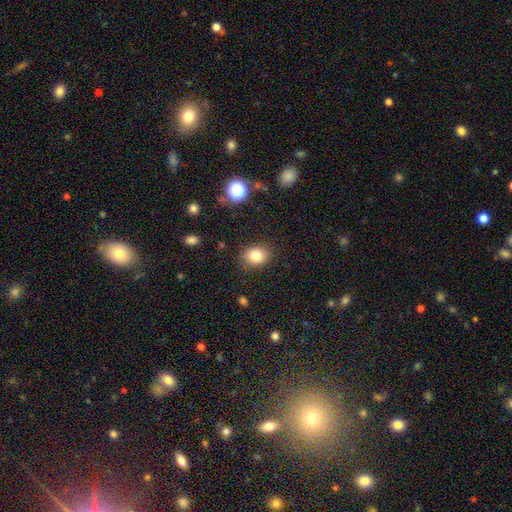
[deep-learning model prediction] Smooth or featured? smooth (81%)
How rounded? round (51%)
Merging? none (85%)